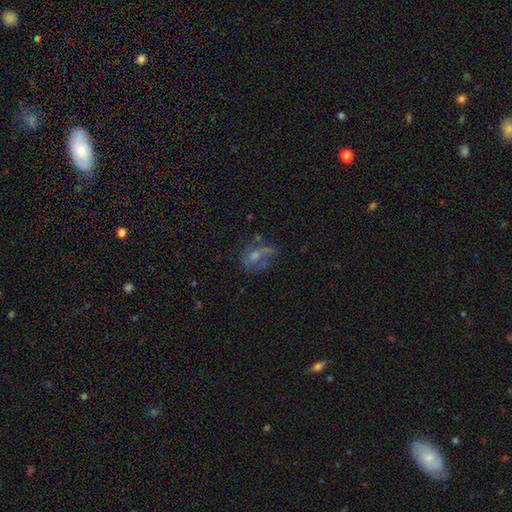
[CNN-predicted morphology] Smooth or featured? Predicted: featured or disk (p=0.52). Edge-on disk? Predicted: no (p=0.96). Bar? Predicted: no (p=0.69). Spiral arms? Predicted: no (p=0.53). Bulge size? Predicted: moderate (p=0.36). Merging? Predicted: none (p=0.36).